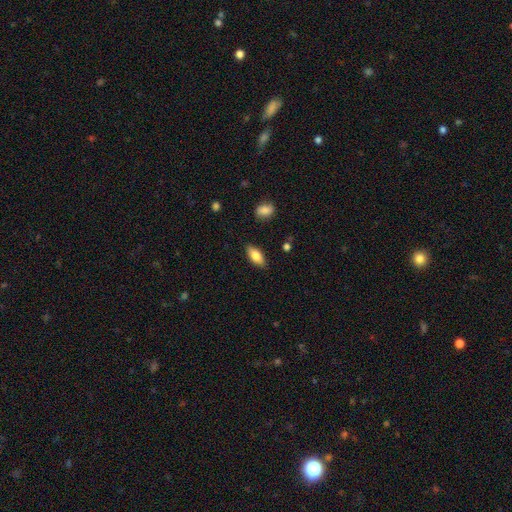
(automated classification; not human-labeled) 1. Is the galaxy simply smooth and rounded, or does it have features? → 77% smooth, 17% featured or disk, 7% star or artifact.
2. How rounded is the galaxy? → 82% in between, 15% cigar-shaped, 3% round.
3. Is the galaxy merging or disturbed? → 85% none, 11% minor disturbance, 2% major disturbance, 1% merger.